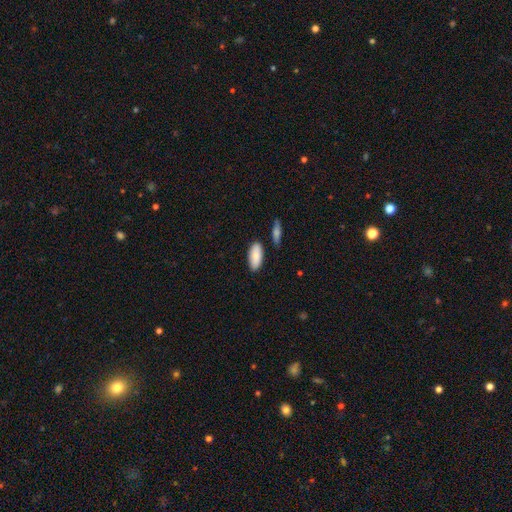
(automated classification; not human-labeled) This appears to be a smooth galaxy with no disk features (85%) that is in between round and cigar-shaped (89%). Merging: none (82%).